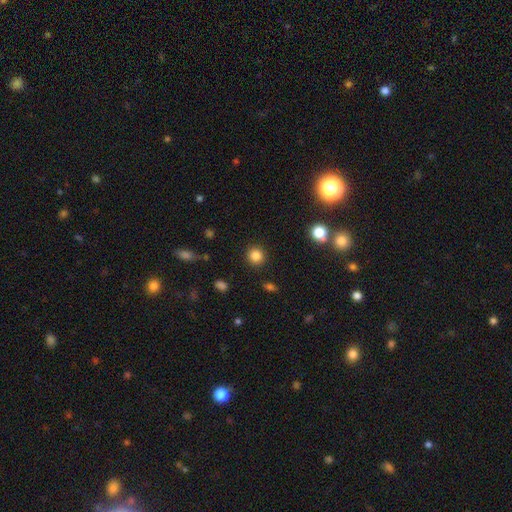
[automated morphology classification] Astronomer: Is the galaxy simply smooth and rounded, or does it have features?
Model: smooth — 84%.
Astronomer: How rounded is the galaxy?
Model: round — 92%.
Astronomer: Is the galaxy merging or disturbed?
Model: none — 90%.